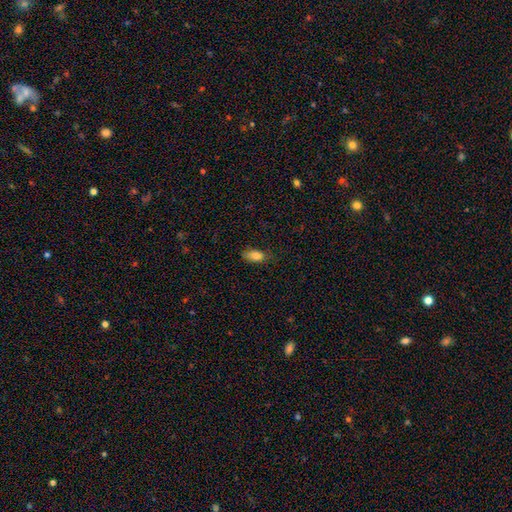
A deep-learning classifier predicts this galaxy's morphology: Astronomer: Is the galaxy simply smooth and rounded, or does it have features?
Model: smooth — 82%.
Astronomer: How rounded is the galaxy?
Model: in between — 86%.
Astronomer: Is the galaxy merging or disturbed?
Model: none — 75%.